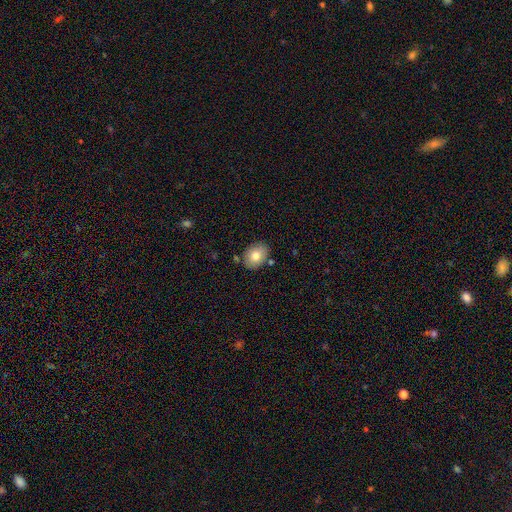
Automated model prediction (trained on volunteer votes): This is likely a smooth galaxy (77%). How rounded: likely in between (68%). Merging: clearly none (81%).